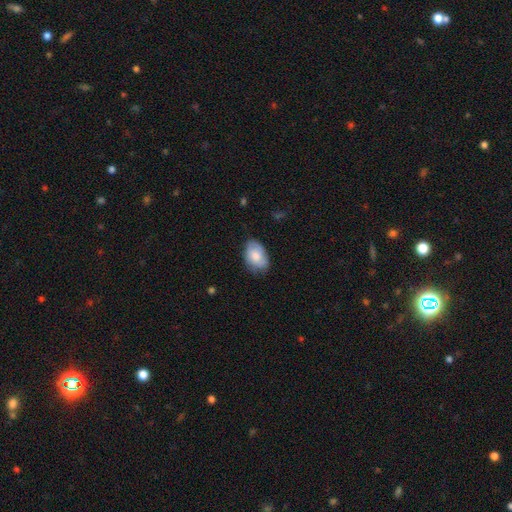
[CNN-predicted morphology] Overall: smooth (80%). How rounded: in between (90%). Merging: none (71%).